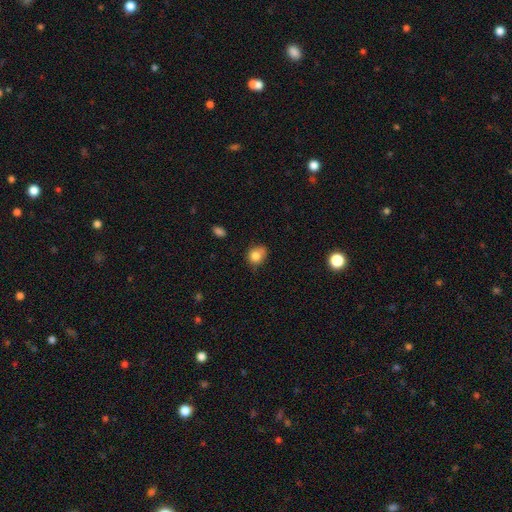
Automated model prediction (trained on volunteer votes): smooth 80%, star or artifact 10%, featured or disk 9%. Down the decision tree: how rounded — round (67%); merging — none (56%).